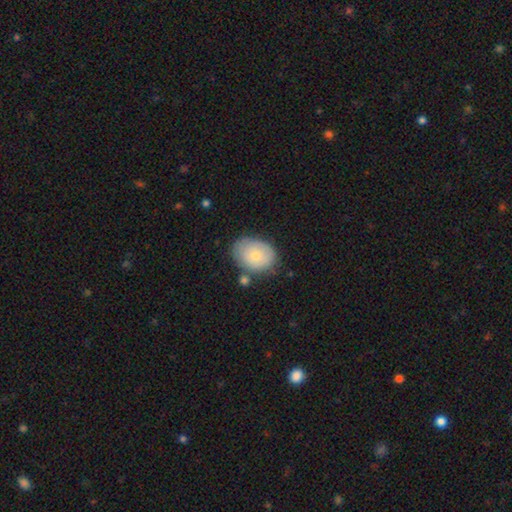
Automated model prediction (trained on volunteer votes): smooth-or-featured: smooth: 68% | featured or disk: 25% | star or artifact: 7%
  how-rounded: in between: 64% | round: 35% | cigar-shaped: 1%
  merging: none: 66% | minor disturbance: 22% | merger: 6% | major disturbance: 6%